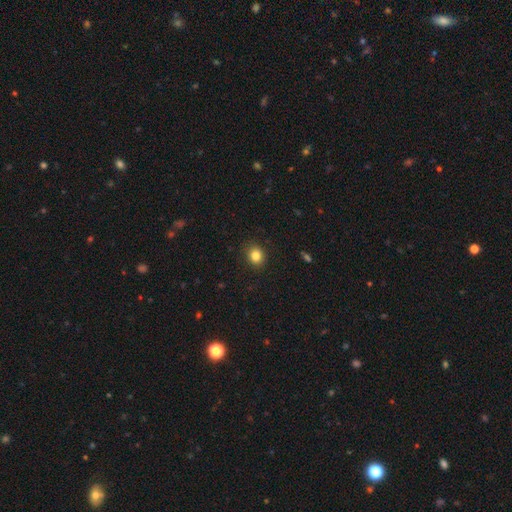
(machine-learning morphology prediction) Q: Smooth or featured?
A: smooth (84%); runner-up: star or artifact (11%)
Q: How rounded?
A: round (72%); runner-up: in between (27%)
Q: Merging?
A: none (89%); runner-up: minor disturbance (8%)